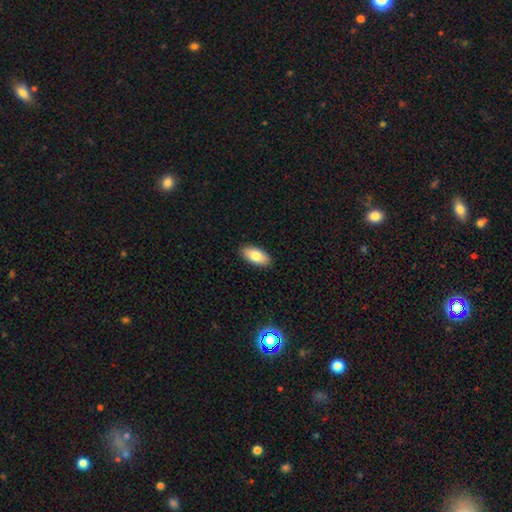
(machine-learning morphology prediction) Smooth or featured: smooth — 81% (featured or disk — 13%)
How rounded: in between — 91% (cigar-shaped — 7%)
Merging: none — 90% (minor disturbance — 7%)